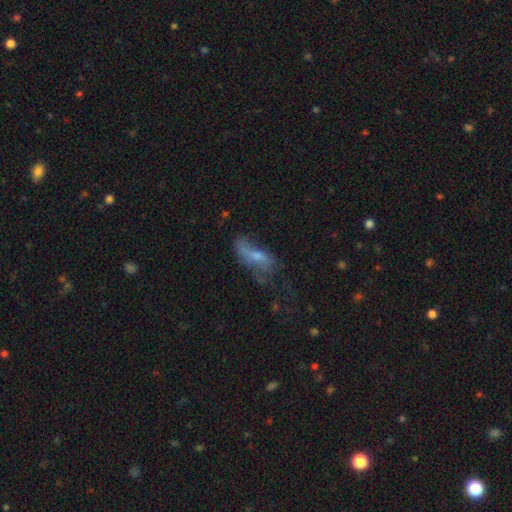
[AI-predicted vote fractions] This is possibly a featured or disk galaxy (46%). Merging: marginally major disturbance (38%).